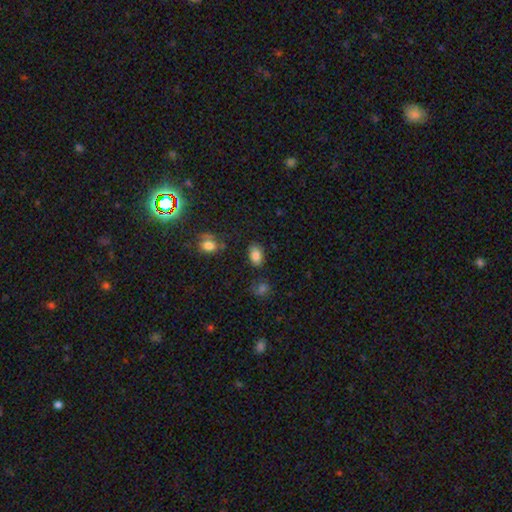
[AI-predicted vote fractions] Q: Smooth or featured?
A: smooth (84%); runner-up: star or artifact (9%)
Q: How rounded?
A: in between (87%); runner-up: round (12%)
Q: Merging?
A: none (78%); runner-up: minor disturbance (15%)